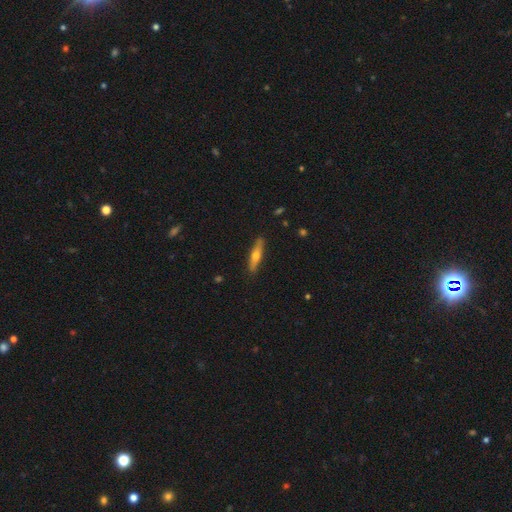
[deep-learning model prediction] This appears to be a featured or disk galaxy (51%) viewed edge-on (93%). Merging: none (89%).